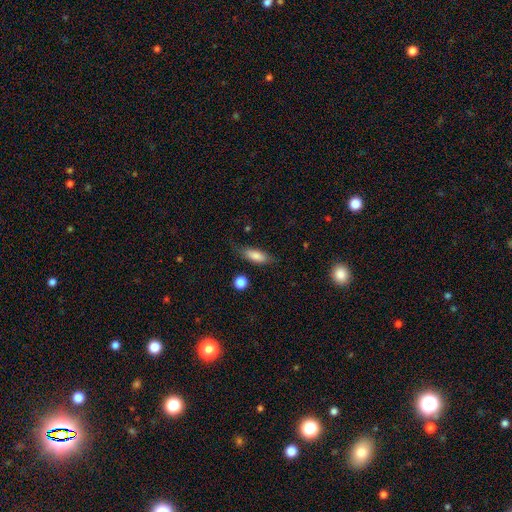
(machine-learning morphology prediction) A smooth galaxy with no disk features (80%) that is in between round and cigar-shaped (68%).

Vote fractions:
- Smooth or featured? smooth: 80% / featured or disk: 12% / star or artifact: 8%
- How rounded? in between: 68% / cigar-shaped: 29% / round: 3%
- Merging? none: 71% / minor disturbance: 20% / major disturbance: 6% / merger: 2%